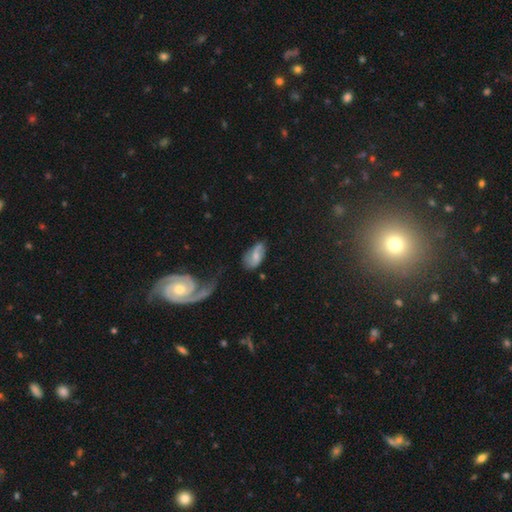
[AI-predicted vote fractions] Smooth or featured: smooth — 49% (featured or disk — 42%)
Merging: none — 50% (minor disturbance — 29%)